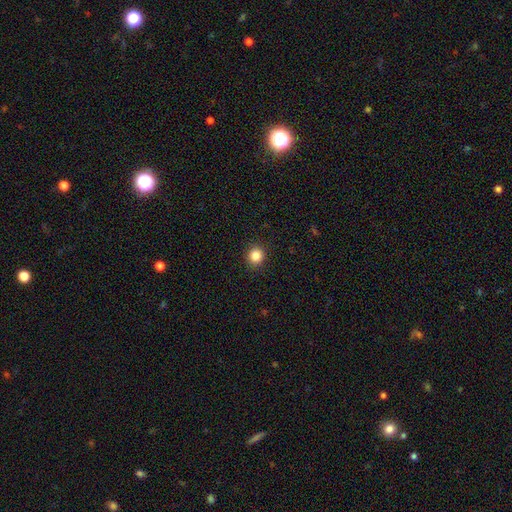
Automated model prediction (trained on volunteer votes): A smooth galaxy with no disk features (85%) that is round (89%). Merging: none (91%).